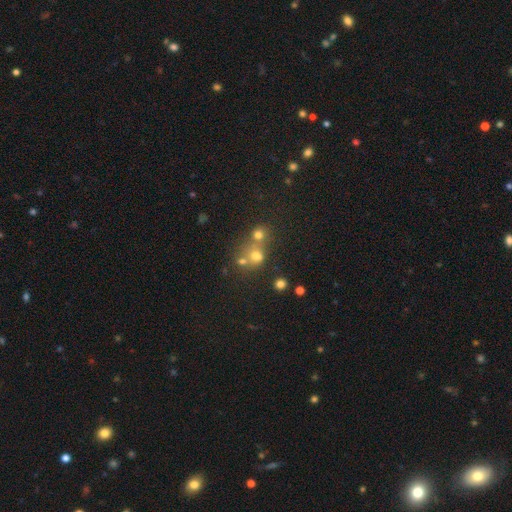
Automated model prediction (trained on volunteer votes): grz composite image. It shows a smooth galaxy with no disk features (61%) that is round (81%). Merging: merger (47%).